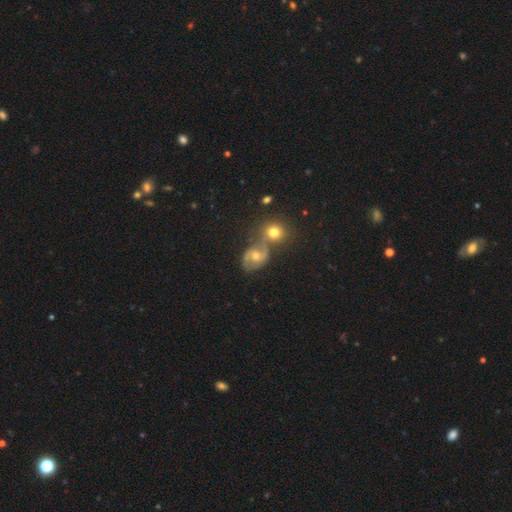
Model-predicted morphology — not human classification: Smooth or featured: featured or disk — 68% (smooth — 21%)
Edge-on disk: no — 97% (yes — 3%)
Bar: no — 50% (weak — 39%)
Spiral arms: yes — 88% (no — 12%)
Spiral winding: medium — 55% (tight — 23%)
Spiral arm count: 2 — 87% (can't tell — 7%)
Bulge size: moderate — 64% (small — 29%)
Merging: none — 50% (merger — 27%)